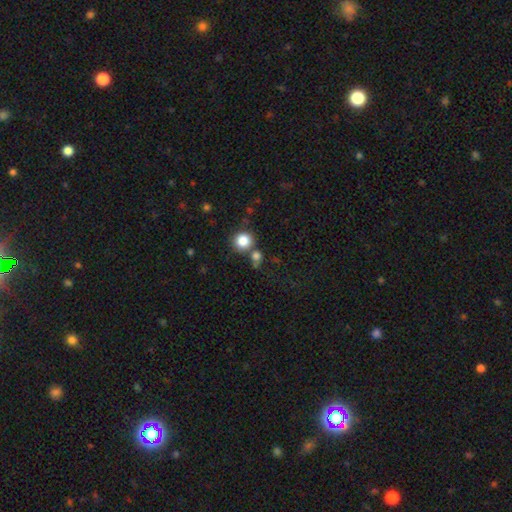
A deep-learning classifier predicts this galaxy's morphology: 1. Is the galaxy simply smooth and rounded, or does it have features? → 81% smooth, 12% star or artifact, 6% featured or disk.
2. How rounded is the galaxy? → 88% round, 11% in between, 1% cigar-shaped.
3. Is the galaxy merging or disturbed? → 64% none, 22% merger, 9% minor disturbance, 4% major disturbance.